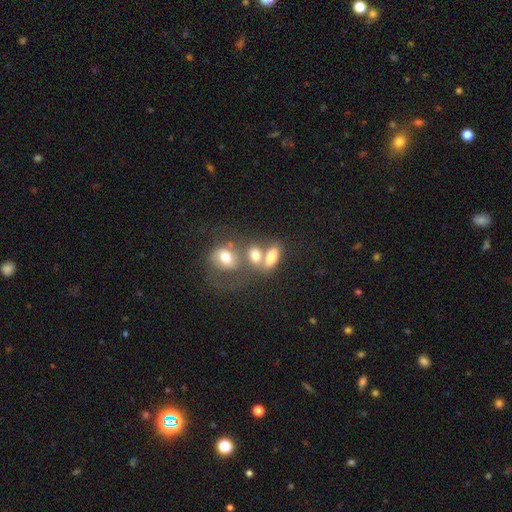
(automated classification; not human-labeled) This is likely a smooth galaxy (70%). How rounded: likely in between (75%). Merging: possibly merger (55%).